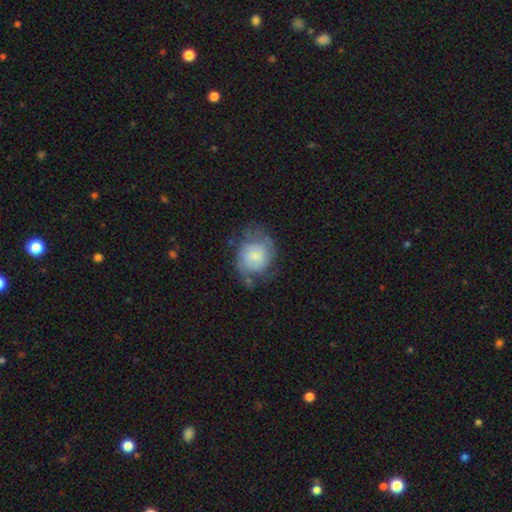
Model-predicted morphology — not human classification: Q: Smooth or featured?
A: featured or disk (50%); runner-up: smooth (42%)
Q: Edge-on disk?
A: no (97%); runner-up: yes (3%)
Q: Merging?
A: none (49%); runner-up: minor disturbance (28%)